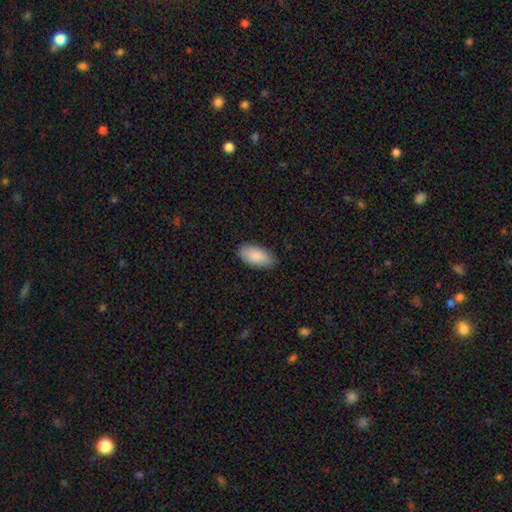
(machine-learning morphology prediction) smooth 89%, featured or disk 6%, star or artifact 6%. Down the decision tree: how rounded — in between (93%); merging — none (86%).